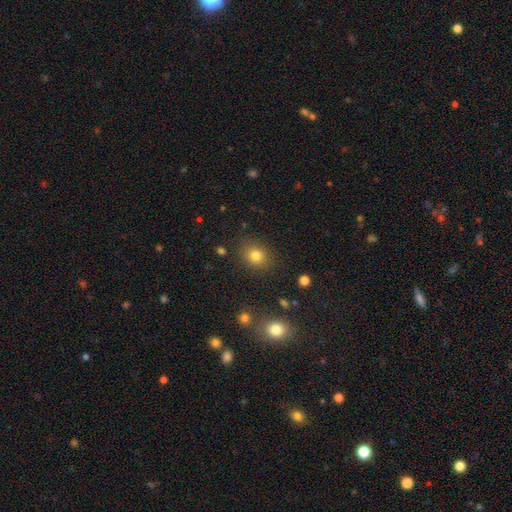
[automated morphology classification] smooth 79%, star or artifact 14%, featured or disk 7%. Down the decision tree: how rounded — round (70%); merging — none (85%).